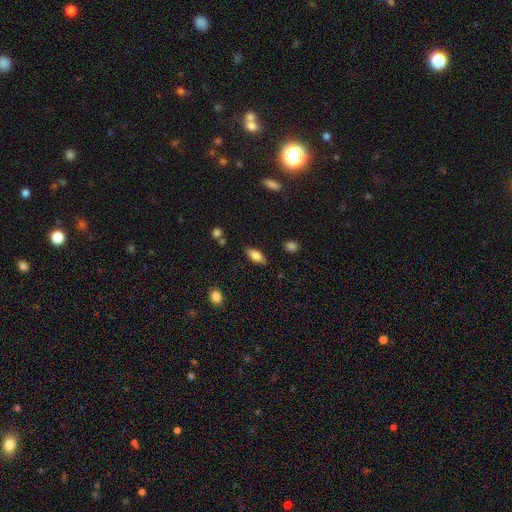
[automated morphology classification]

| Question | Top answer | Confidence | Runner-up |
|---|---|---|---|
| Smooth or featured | smooth | 71% | featured or disk (21%) |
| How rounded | in between | 78% | cigar-shaped (19%) |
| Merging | none | 84% | minor disturbance (11%) |